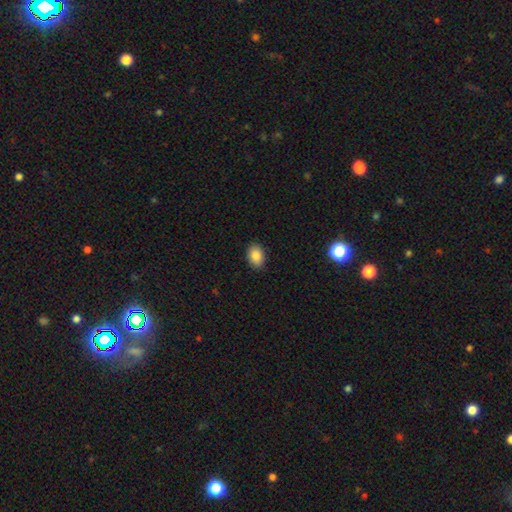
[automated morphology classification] This appears to be a smooth galaxy with no disk features (87%) that is in between round and cigar-shaped (81%). Merging: none (89%).